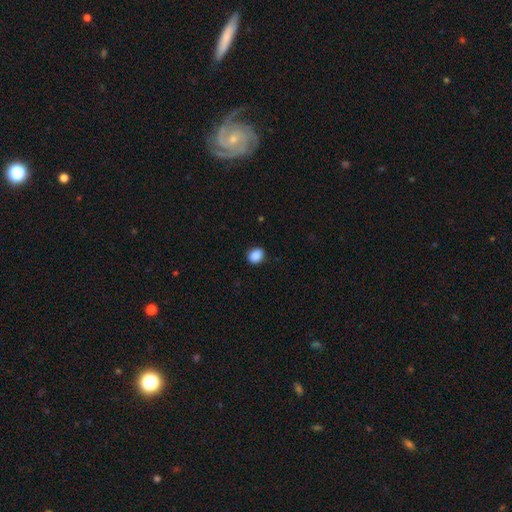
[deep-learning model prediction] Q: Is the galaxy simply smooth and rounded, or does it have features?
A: smooth — 89%.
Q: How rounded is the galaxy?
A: round — 59%.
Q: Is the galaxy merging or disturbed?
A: none — 89%.